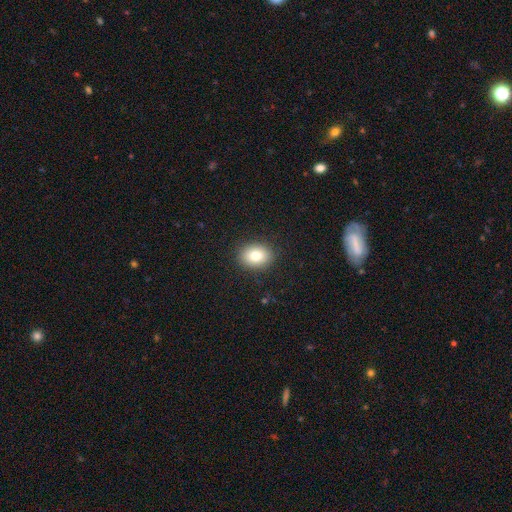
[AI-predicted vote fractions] Q: Smooth or featured?
A: smooth (80%); runner-up: featured or disk (10%)
Q: How rounded?
A: in between (54%); runner-up: round (45%)
Q: Merging?
A: none (89%); runner-up: minor disturbance (7%)